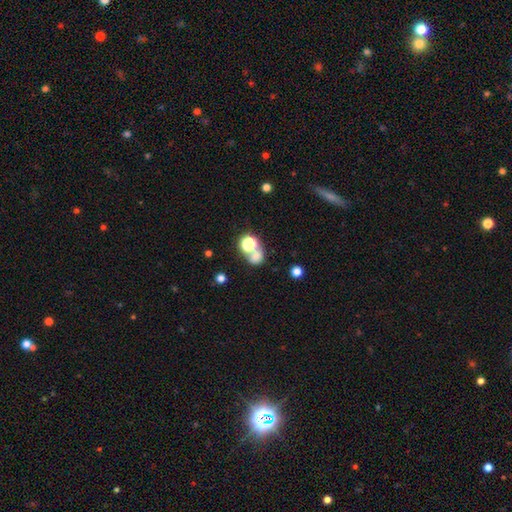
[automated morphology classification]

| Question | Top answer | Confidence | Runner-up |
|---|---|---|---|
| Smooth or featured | smooth | 67% | star or artifact (21%) |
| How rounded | round | 63% | in between (36%) |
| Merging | merger | 46% | none (38%) |